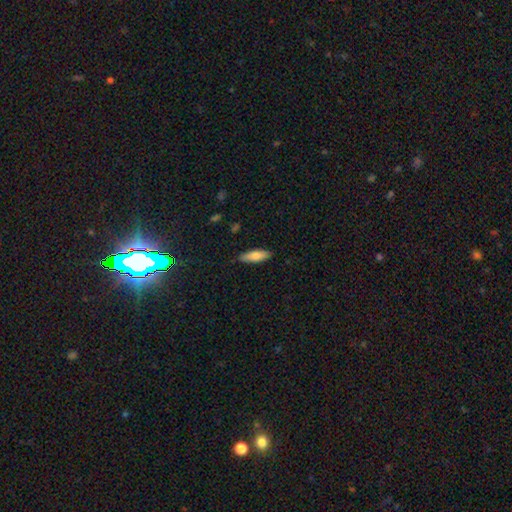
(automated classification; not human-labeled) Q: Smooth or featured?
A: smooth (78%); runner-up: featured or disk (16%)
Q: How rounded?
A: cigar-shaped (52%); runner-up: in between (47%)
Q: Merging?
A: none (85%); runner-up: minor disturbance (12%)